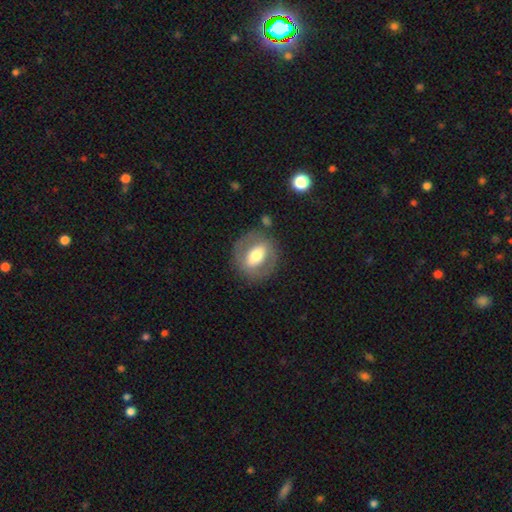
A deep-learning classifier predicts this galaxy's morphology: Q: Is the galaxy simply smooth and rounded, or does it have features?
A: featured or disk — 52%.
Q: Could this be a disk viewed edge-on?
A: no — 91%.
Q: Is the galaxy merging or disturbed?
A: none — 79%.